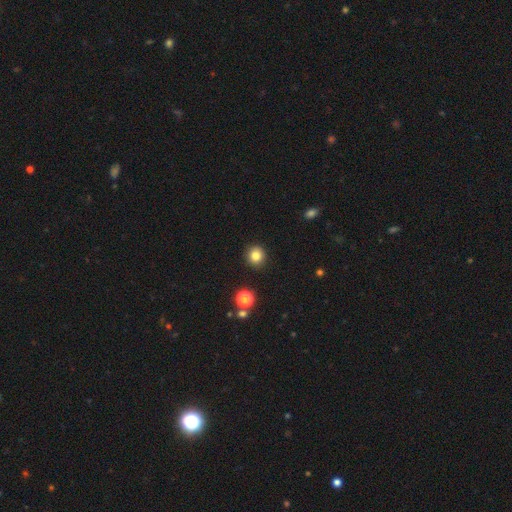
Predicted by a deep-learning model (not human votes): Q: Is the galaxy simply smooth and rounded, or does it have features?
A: smooth — 82%.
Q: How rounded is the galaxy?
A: round — 91%.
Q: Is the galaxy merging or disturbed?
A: none — 91%.